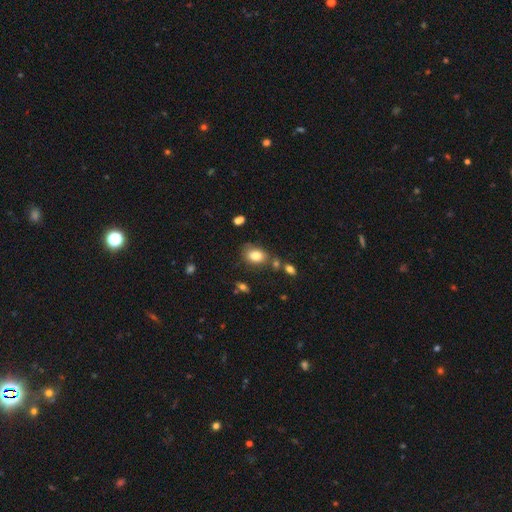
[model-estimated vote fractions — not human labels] Overall: smooth (82%). How rounded: in between (81%). Merging: none (66%).